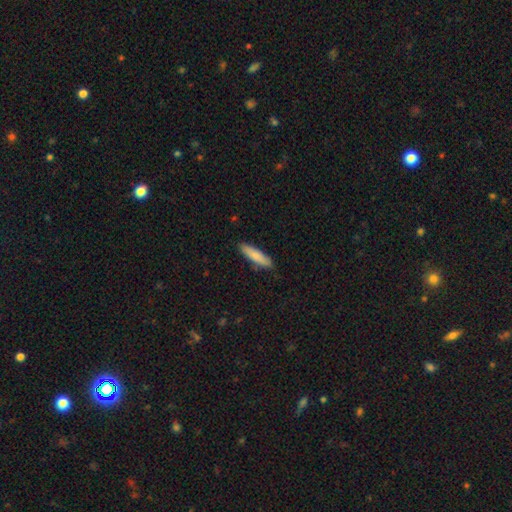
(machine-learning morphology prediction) This is clearly a smooth galaxy (83%). How rounded: likely cigar-shaped (76%). Merging: clearly none (88%).